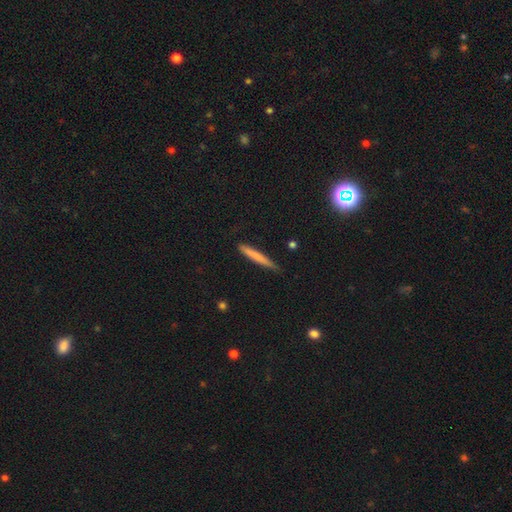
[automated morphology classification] A smooth galaxy with no disk features (71%) that is cigar-shaped (95%). Merging: none (80%).